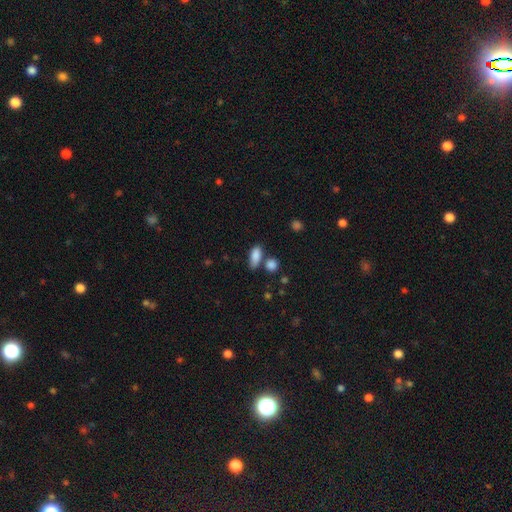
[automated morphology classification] Smooth or featured?
  - smooth: 85% *
  - star or artifact: 8%
  - featured or disk: 7%
How rounded?
  - in between: 80% *
  - cigar-shaped: 14%
  - round: 6%
Merging?
  - none: 55% *
  - merger: 21%
  - minor disturbance: 18%
  - major disturbance: 6%